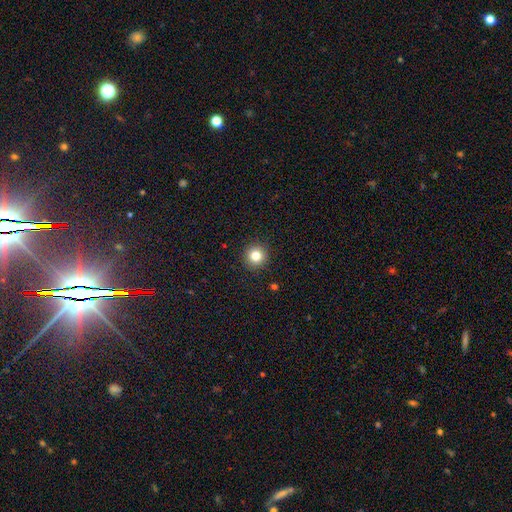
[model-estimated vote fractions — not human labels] Smooth or featured?
  - smooth: 81% *
  - star or artifact: 12%
  - featured or disk: 7%
How rounded?
  - round: 95% *
  - in between: 4%
  - cigar-shaped: 1%
Merging?
  - none: 92% *
  - minor disturbance: 5%
  - major disturbance: 2%
  - merger: 1%